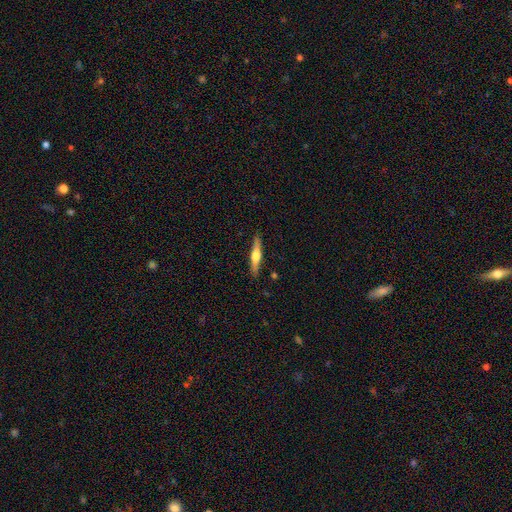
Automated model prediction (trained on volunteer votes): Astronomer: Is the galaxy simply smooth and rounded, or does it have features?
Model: featured or disk — 53% (runner-up: smooth, 42%).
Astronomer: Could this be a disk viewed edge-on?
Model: yes — 95%.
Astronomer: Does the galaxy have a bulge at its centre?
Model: rounded — 89%.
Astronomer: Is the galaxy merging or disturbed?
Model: none — 88%.